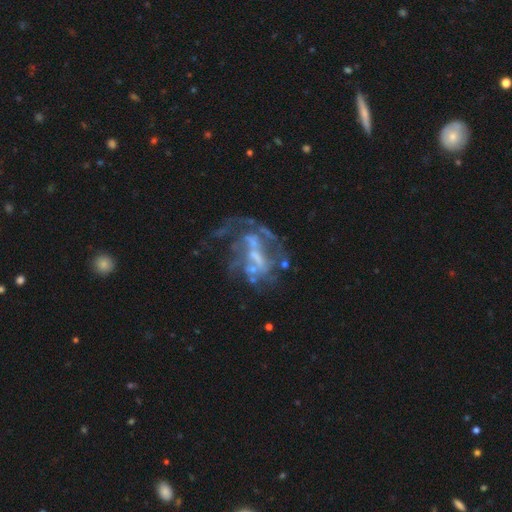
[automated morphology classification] Smooth or featured? Predicted: featured or disk (p=0.77). Edge-on disk? Predicted: no (p=0.95). Bar? Predicted: no (p=0.42). Spiral arms? Predicted: yes (p=0.52). Bulge size? Predicted: none (p=0.37). Merging? Predicted: major disturbance (p=0.39).